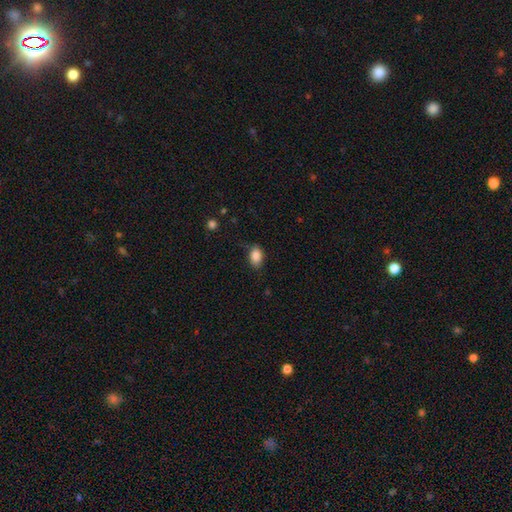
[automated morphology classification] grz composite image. It shows a smooth galaxy with no disk features (86%) that is in between round and cigar-shaped (86%). Merging: none (76%).